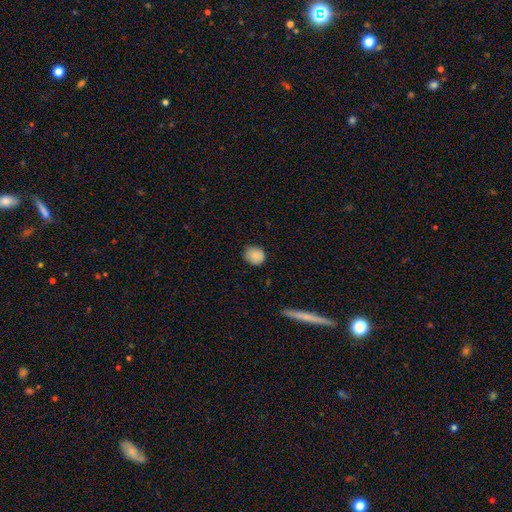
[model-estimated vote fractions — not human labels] A smooth galaxy with no disk features (84%) that is round (74%).

Vote fractions:
- Smooth or featured? smooth: 84% / star or artifact: 8% / featured or disk: 8%
- How rounded? round: 74% / in between: 25% / cigar-shaped: 1%
- Merging? none: 79% / minor disturbance: 17% / major disturbance: 3% / merger: 1%